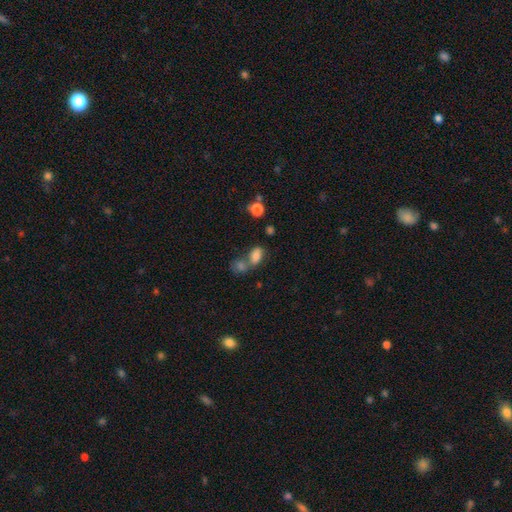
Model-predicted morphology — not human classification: A smooth galaxy with no disk features (77%) that is in between round and cigar-shaped (84%). Merging: merger (46%).